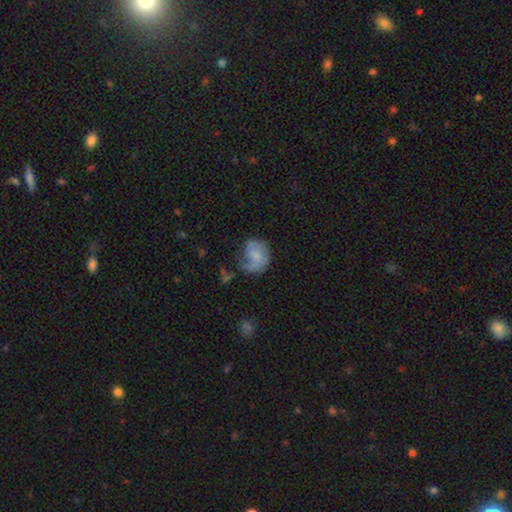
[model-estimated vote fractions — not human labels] This appears to be a featured or disk galaxy (47%). Merging: none (36%, tied with major disturbance).